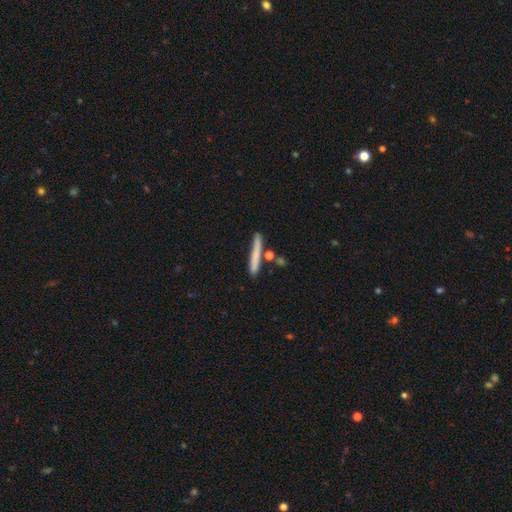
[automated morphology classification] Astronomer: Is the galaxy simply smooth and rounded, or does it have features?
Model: smooth — 72%.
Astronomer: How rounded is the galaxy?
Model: cigar-shaped — 94%.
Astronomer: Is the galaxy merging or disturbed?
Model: none — 79%.